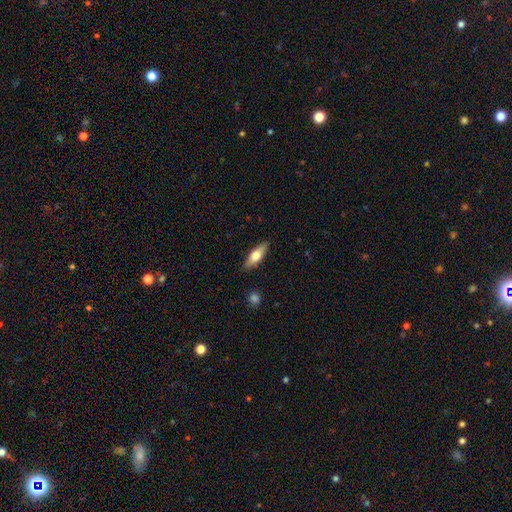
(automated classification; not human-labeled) smooth-or-featured: smooth: 61% | featured or disk: 33% | star or artifact: 6%
  how-rounded: in between: 53% | cigar-shaped: 44% | round: 3%
  merging: none: 87% | minor disturbance: 10% | major disturbance: 2% | merger: 1%